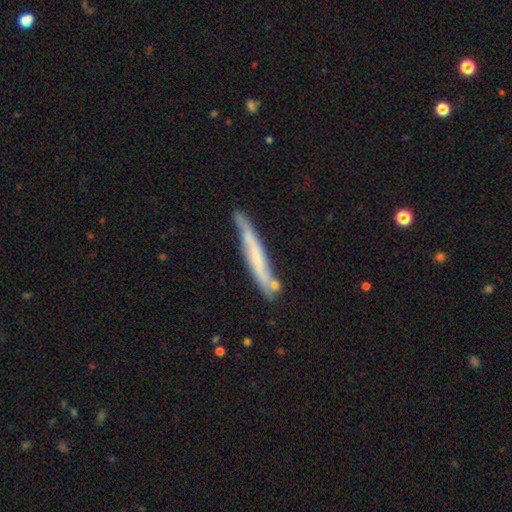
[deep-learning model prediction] Smooth or featured: featured or disk — 50% (smooth — 43%)
Edge-on disk: yes — 83% (no — 17%)
Merging: none — 71% (minor disturbance — 19%)